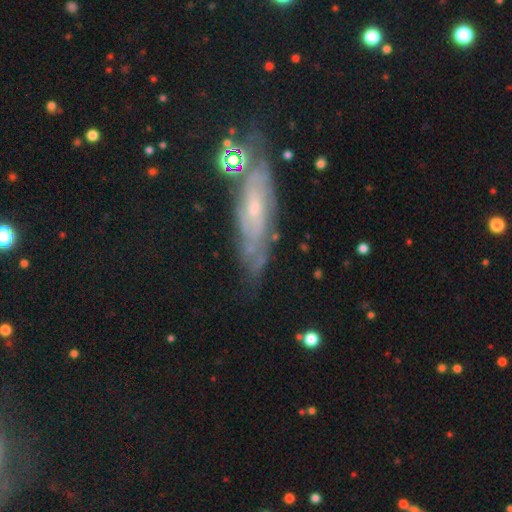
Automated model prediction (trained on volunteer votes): Smooth or featured?
  - featured or disk: 69% *
  - smooth: 21%
  - star or artifact: 9%
Edge-on disk?
  - no: 72% *
  - yes: 28%
Merging?
  - none: 67% *
  - minor disturbance: 20%
  - major disturbance: 8%
  - merger: 4%